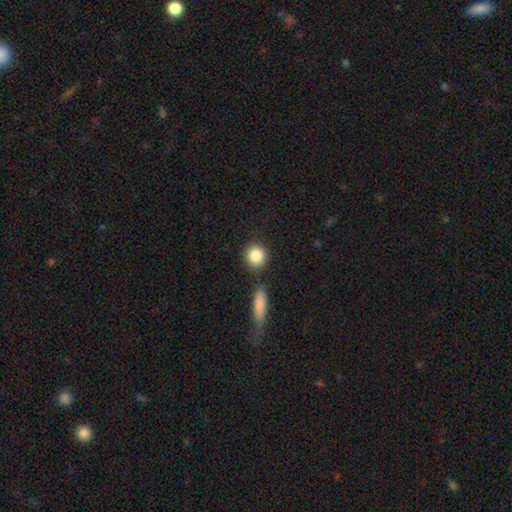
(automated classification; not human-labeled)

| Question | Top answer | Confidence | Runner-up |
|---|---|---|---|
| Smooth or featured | smooth | 86% | star or artifact (8%) |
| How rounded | round | 81% | in between (17%) |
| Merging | none | 76% | merger (11%) |